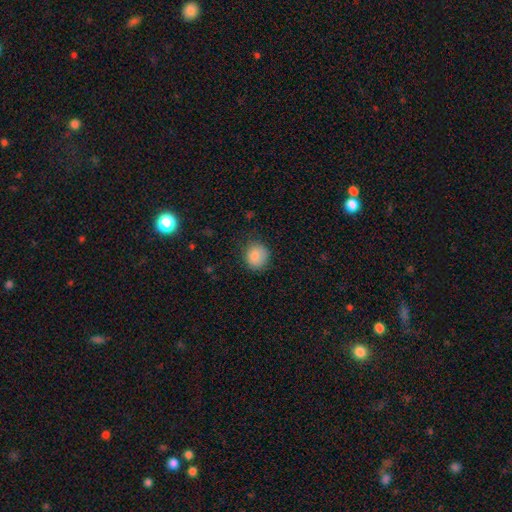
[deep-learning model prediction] A smooth galaxy with no disk features (86%) that is round (80%).

Vote fractions:
- Smooth or featured? smooth: 86% / star or artifact: 9% / featured or disk: 5%
- How rounded? round: 80% / in between: 19% / cigar-shaped: 1%
- Merging? none: 79% / minor disturbance: 16% / major disturbance: 4% / merger: 1%